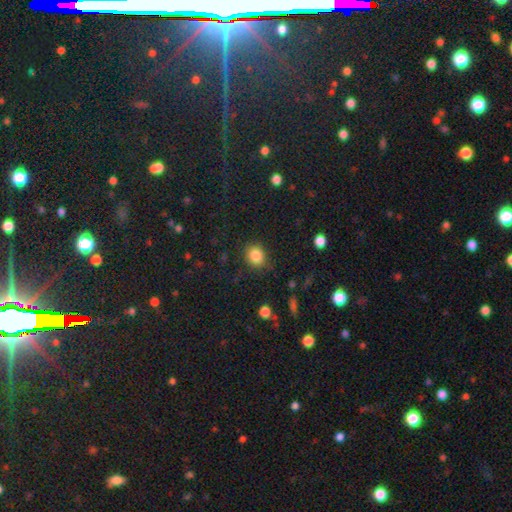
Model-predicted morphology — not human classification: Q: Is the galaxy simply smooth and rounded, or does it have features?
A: smooth — 85%.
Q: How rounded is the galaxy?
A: round — 64%.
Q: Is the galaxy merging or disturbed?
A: none — 83%.